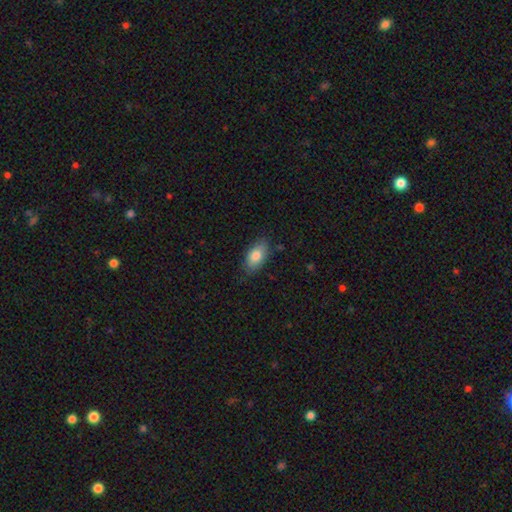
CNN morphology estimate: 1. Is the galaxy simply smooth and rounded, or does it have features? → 80% smooth, 13% featured or disk, 7% star or artifact.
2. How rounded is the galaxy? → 92% in between, 5% round, 3% cigar-shaped.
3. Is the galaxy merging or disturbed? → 79% none, 17% minor disturbance, 3% major disturbance, 1% merger.